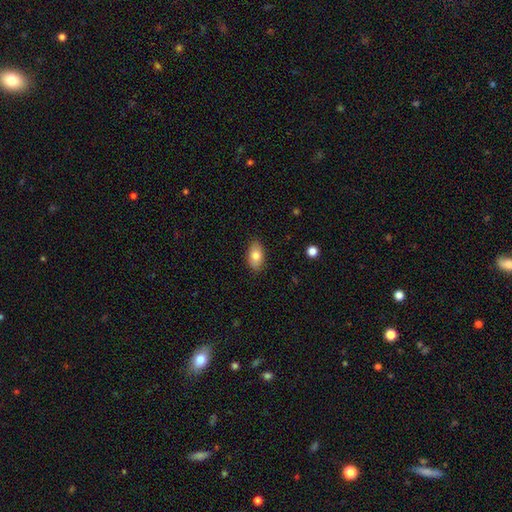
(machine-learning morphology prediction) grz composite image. It shows a smooth galaxy with no disk features (80%) that is in between round and cigar-shaped (90%). Merging: none (86%).